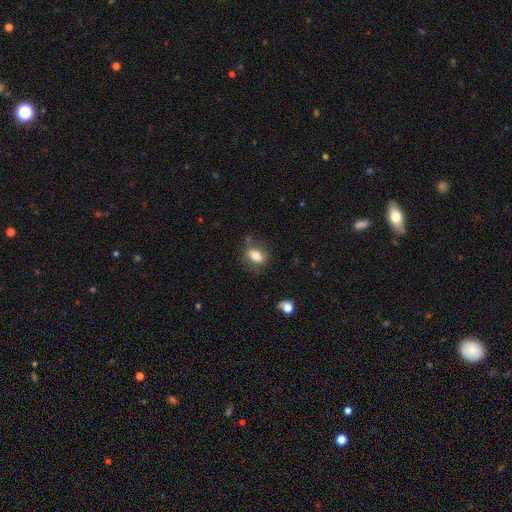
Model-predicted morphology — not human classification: Smooth or featured: smooth — 76% (featured or disk — 15%)
How rounded: in between — 74% (round — 24%)
Merging: none — 67% (minor disturbance — 21%)